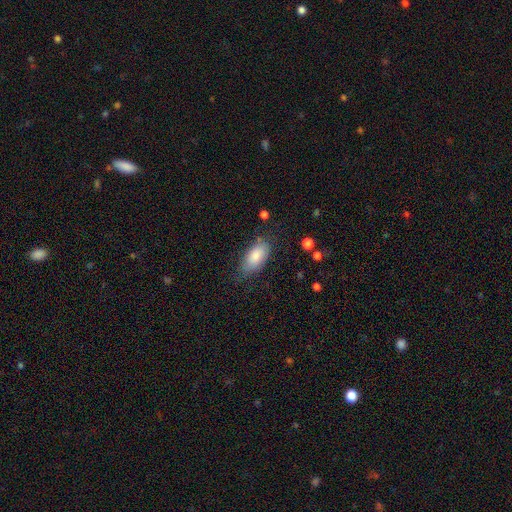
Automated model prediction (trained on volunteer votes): Smooth or featured? Predicted: smooth (p=0.84). How rounded? Predicted: in between (p=0.93). Merging? Predicted: none (p=0.68).